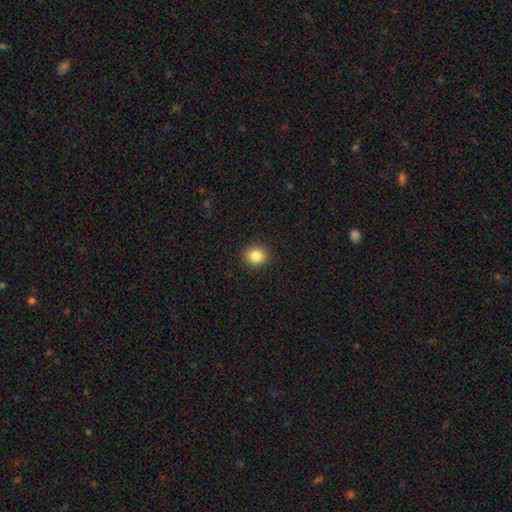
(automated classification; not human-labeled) Morphology: type=smooth (86%); roundness=round (75%); merging=none (91%).